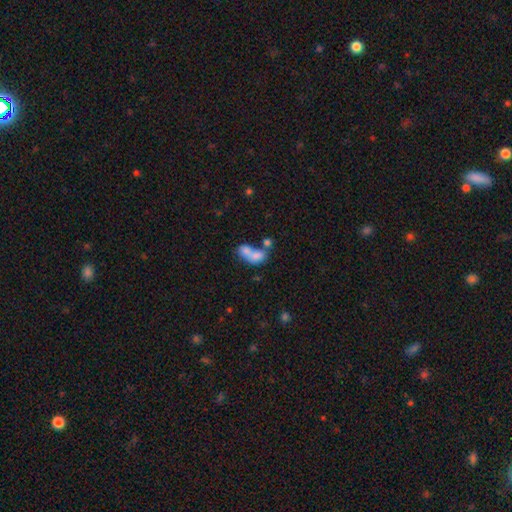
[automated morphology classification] smooth 71%, featured or disk 19%, star or artifact 10%. Down the decision tree: how rounded — in between (78%); merging — merger (69%).